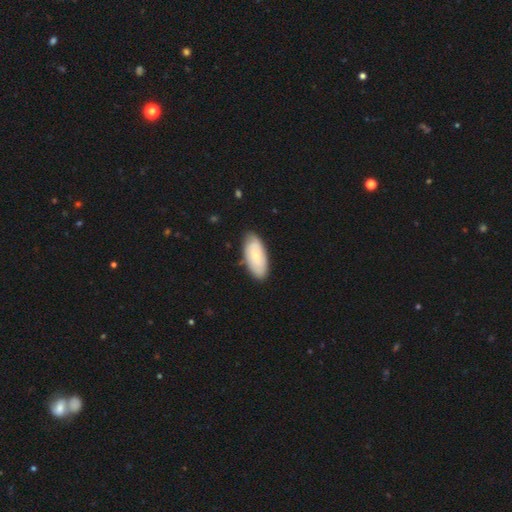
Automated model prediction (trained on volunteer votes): smooth 65%, featured or disk 29%, star or artifact 6%. Down the decision tree: how rounded — in between (90%); merging — none (80%).